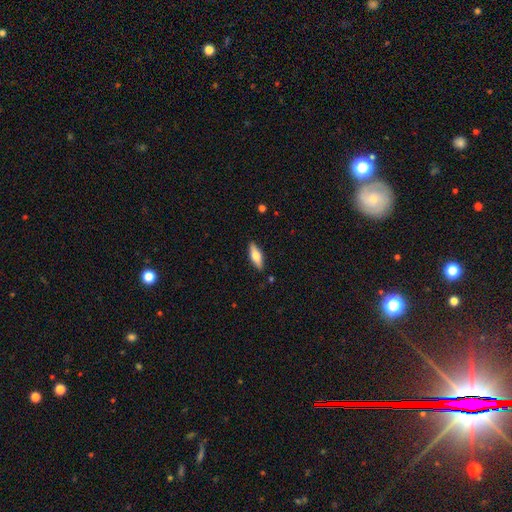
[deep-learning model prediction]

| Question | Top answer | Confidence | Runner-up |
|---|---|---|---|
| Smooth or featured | smooth | 62% | featured or disk (33%) |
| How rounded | in between | 57% | cigar-shaped (41%) |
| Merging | none | 88% | minor disturbance (9%) |